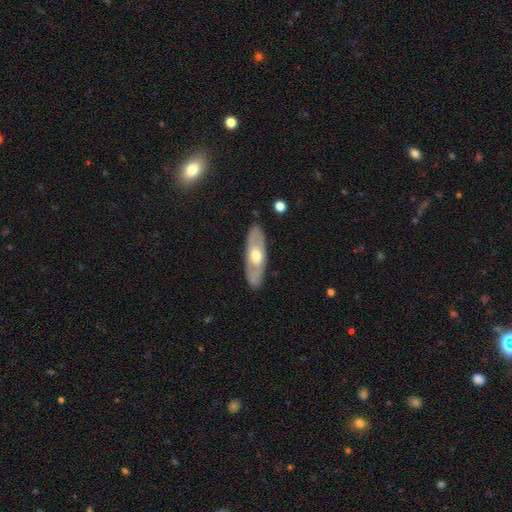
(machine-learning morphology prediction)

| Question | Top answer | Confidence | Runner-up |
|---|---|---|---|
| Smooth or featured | featured or disk | 53% | smooth (42%) |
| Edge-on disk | no | 67% | yes (33%) |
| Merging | none | 86% | minor disturbance (10%) |